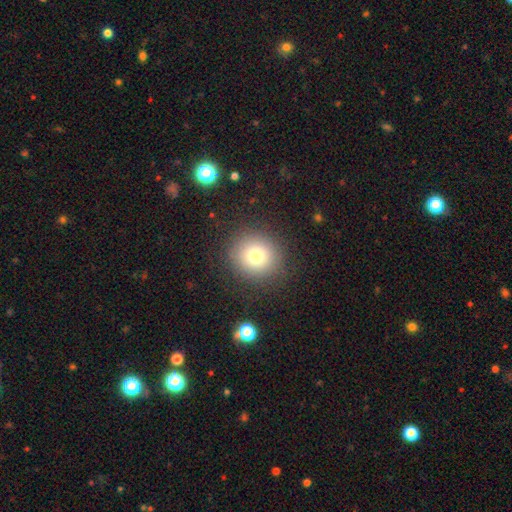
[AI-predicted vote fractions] smooth-or-featured: smooth: 76% | star or artifact: 14% | featured or disk: 11%
  how-rounded: round: 92% | in between: 7% | cigar-shaped: 1%
  merging: none: 88% | minor disturbance: 7% | major disturbance: 3% | merger: 1%